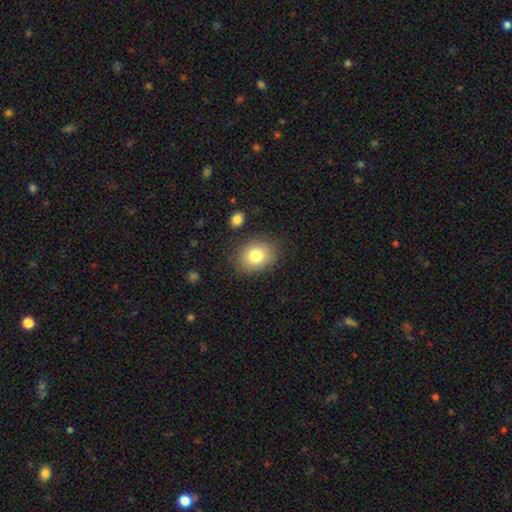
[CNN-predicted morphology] smooth-or-featured: smooth: 80% | featured or disk: 10% | star or artifact: 9%
  how-rounded: in between: 54% | round: 45% | cigar-shaped: 1%
  merging: none: 83% | minor disturbance: 11% | major disturbance: 3% | merger: 2%